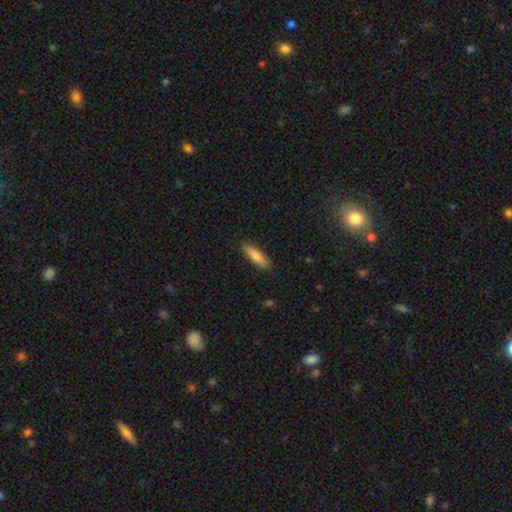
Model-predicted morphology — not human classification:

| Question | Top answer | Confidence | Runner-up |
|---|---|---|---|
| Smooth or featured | smooth | 79% | featured or disk (15%) |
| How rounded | cigar-shaped | 63% | in between (35%) |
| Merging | none | 89% | minor disturbance (8%) |